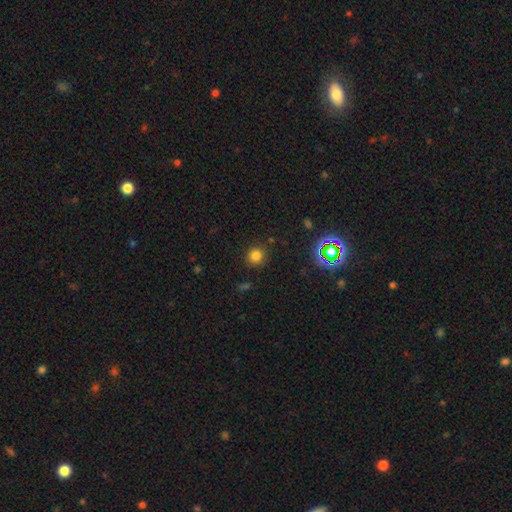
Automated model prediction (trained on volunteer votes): This appears to be a smooth galaxy with no disk features (79%) that is round (89%). Merging: none (87%).